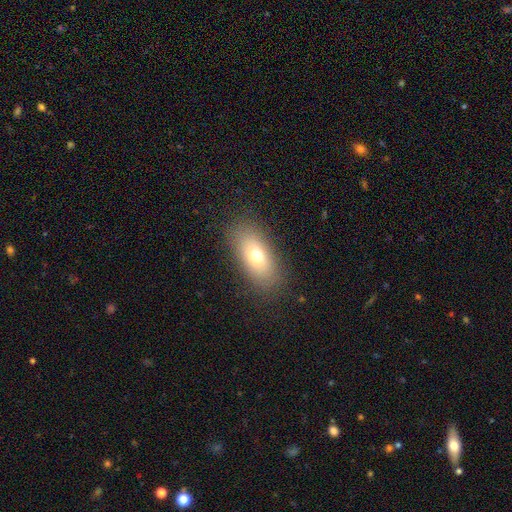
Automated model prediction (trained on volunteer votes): Smooth or featured?
  - smooth: 69% *
  - featured or disk: 19%
  - star or artifact: 11%
How rounded?
  - in between: 85% *
  - cigar-shaped: 8%
  - round: 7%
Merging?
  - none: 84% *
  - minor disturbance: 10%
  - major disturbance: 5%
  - merger: 1%